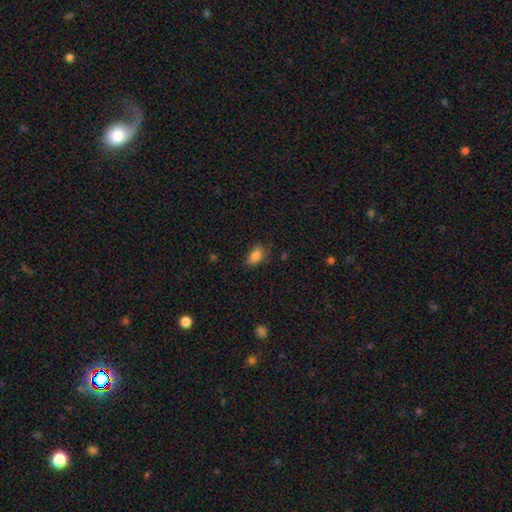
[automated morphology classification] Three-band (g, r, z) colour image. It shows a smooth galaxy with no disk features (86%) that is in between round and cigar-shaped (89%). Merging: none (71%).